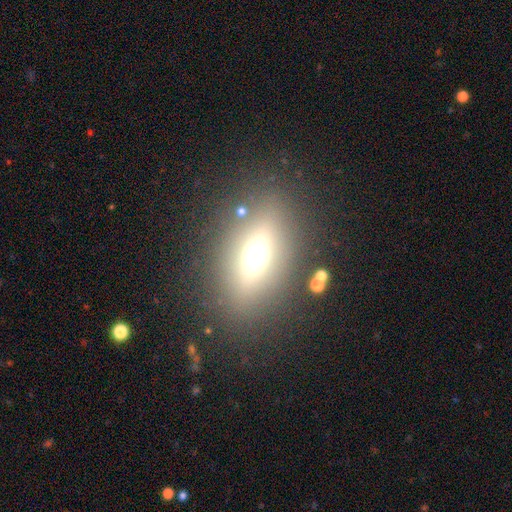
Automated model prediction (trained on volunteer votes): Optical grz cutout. It shows a smooth galaxy with no disk features (45%). Merging: none (82%).